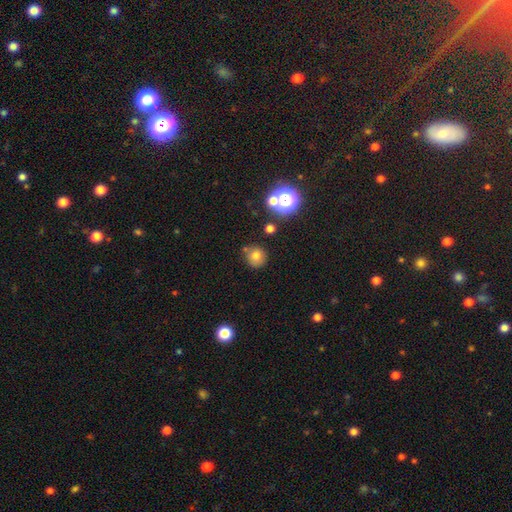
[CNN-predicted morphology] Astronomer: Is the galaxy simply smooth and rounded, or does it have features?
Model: smooth — 73%.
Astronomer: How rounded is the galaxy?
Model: round — 88%.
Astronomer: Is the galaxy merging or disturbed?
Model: none — 73%.